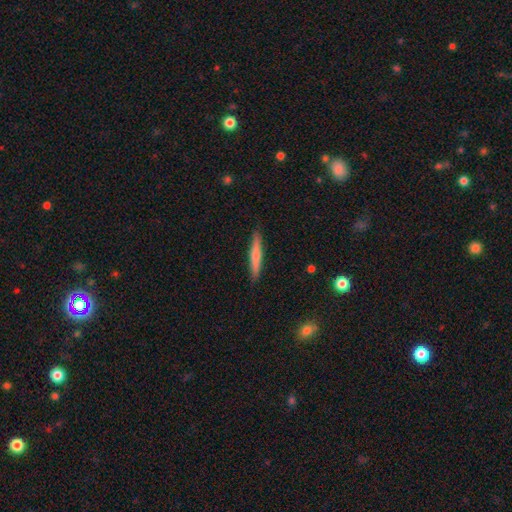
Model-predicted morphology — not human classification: A smooth galaxy with no disk features (62%) that is cigar-shaped (93%). Merging: none (89%).